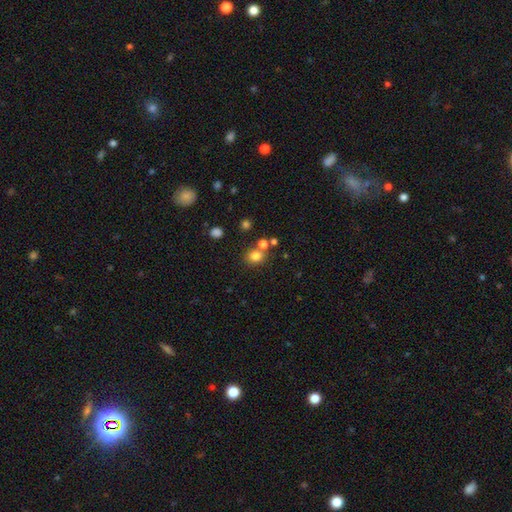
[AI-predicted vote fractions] Smooth or featured? Predicted: smooth (p=0.79). How rounded? Predicted: round (p=0.73). Merging? Predicted: none (p=0.68).